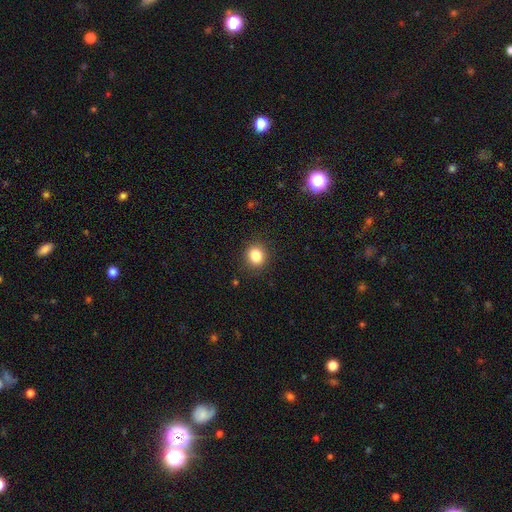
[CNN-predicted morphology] Overall: smooth (84%). How rounded: round (78%). Merging: none (89%).